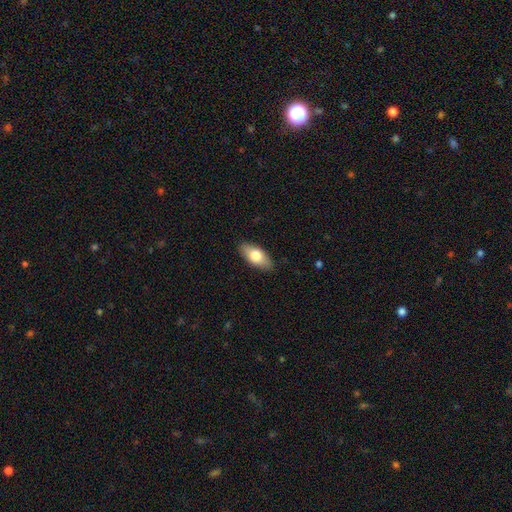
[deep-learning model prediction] A smooth galaxy with no disk features (73%) that is in between round and cigar-shaped (87%). Merging: none (87%).